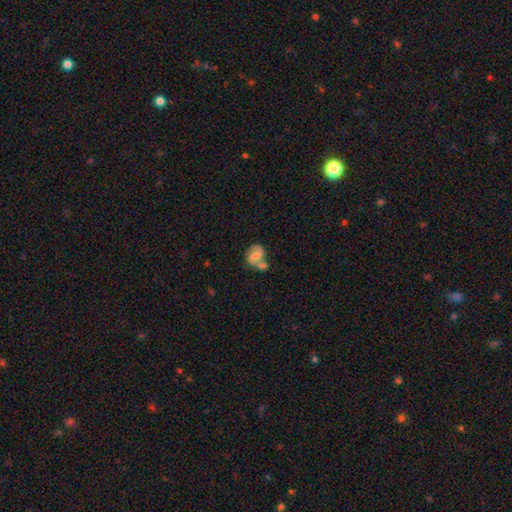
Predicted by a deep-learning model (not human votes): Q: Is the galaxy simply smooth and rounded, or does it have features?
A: featured or disk — 66%.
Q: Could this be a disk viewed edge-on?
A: no — 97%.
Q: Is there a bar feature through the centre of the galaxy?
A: weak — 46%.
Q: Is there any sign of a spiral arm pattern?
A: yes — 89%.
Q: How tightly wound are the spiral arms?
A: medium — 49%.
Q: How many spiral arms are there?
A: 2 — 87%.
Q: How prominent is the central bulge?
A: moderate — 45%.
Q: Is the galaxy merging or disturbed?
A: none — 43%.